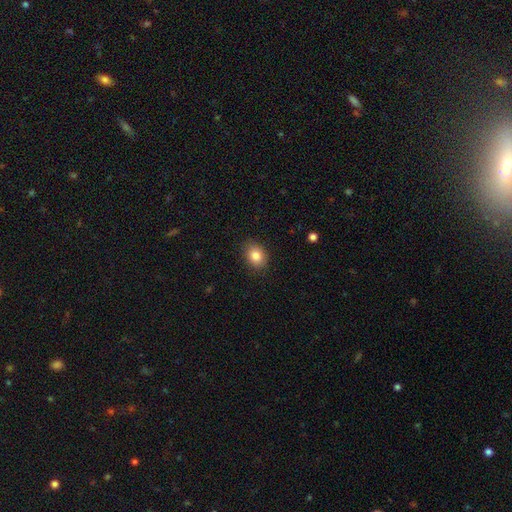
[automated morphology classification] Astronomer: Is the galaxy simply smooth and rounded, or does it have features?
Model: smooth — 84%.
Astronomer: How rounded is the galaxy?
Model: in between — 53% (runner-up: round, 46%).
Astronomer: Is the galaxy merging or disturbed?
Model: none — 87%.